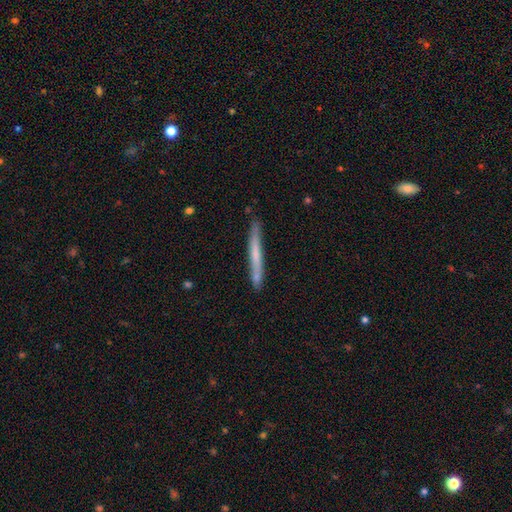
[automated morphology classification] Q: Smooth or featured?
A: smooth (53%); runner-up: featured or disk (41%)
Q: How rounded?
A: cigar-shaped (97%); runner-up: in between (2%)
Q: Merging?
A: none (85%); runner-up: minor disturbance (11%)